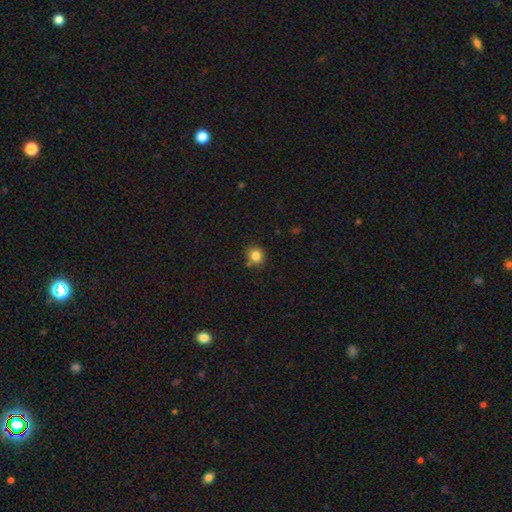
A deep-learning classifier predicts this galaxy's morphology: Smooth or featured? Predicted: smooth (p=0.83). How rounded? Predicted: round (p=0.80). Merging? Predicted: none (p=0.77).